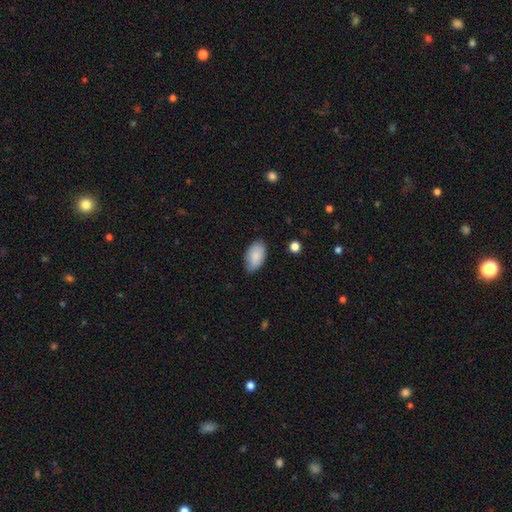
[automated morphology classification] Smooth or featured? Predicted: smooth (p=0.87). How rounded? Predicted: in between (p=0.94). Merging? Predicted: none (p=0.77).